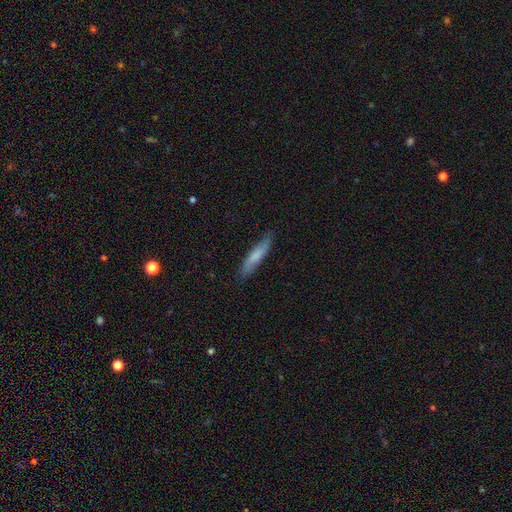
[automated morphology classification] A smooth galaxy with no disk features (67%) that is cigar-shaped (85%).

Vote fractions:
- Smooth or featured? smooth: 67% / featured or disk: 27% / star or artifact: 6%
- How rounded? cigar-shaped: 85% / in between: 13% / round: 2%
- Merging? none: 79% / minor disturbance: 16% / major disturbance: 3% / merger: 1%